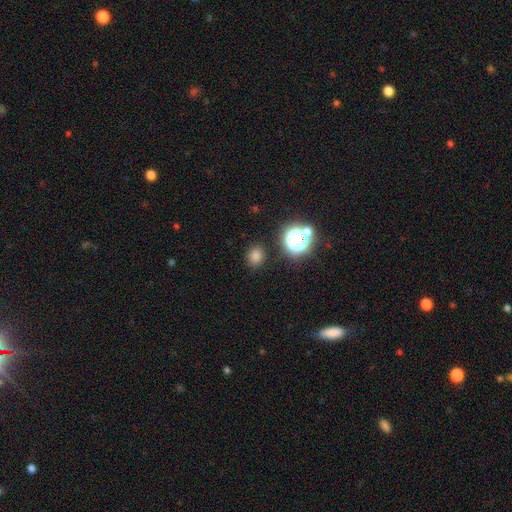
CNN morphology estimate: Smooth or featured?
  - smooth: 74% *
  - star or artifact: 21%
  - featured or disk: 5%
How rounded?
  - round: 64% *
  - in between: 35%
  - cigar-shaped: 1%
Merging?
  - none: 87% *
  - minor disturbance: 8%
  - major disturbance: 3%
  - merger: 2%